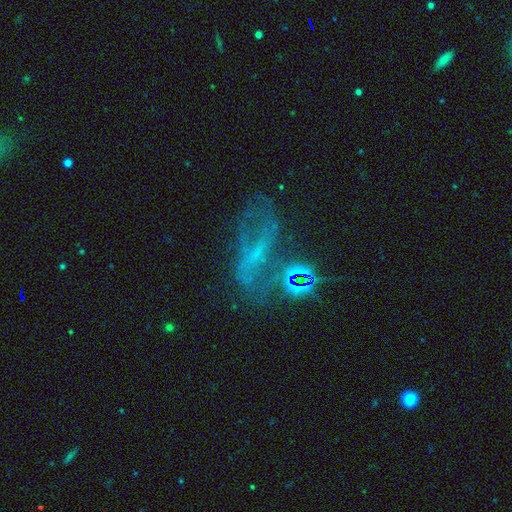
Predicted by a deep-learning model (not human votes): smooth-or-featured: featured or disk: 60% | star or artifact: 22% | smooth: 18%
  disk-edge-on: no: 90% | yes: 10%
    bar: no: 38% | weak: 36% | strong: 26%
    has-spiral-arms: yes: 55% | no: 45%
    bulge-size: small: 45% | none: 42% | moderate: 11% | large: 2% | dominant: 1%
  merging: none: 40% | major disturbance: 29% | minor disturbance: 18% | merger: 13%